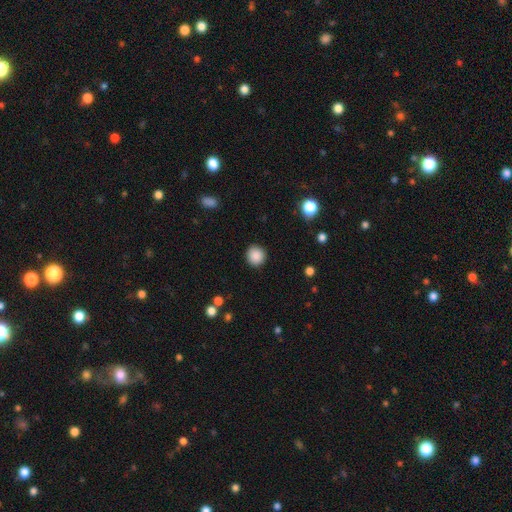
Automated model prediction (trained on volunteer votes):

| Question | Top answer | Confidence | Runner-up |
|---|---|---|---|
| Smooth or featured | smooth | 88% | star or artifact (9%) |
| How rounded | round | 93% | in between (6%) |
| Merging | none | 91% | minor disturbance (6%) |